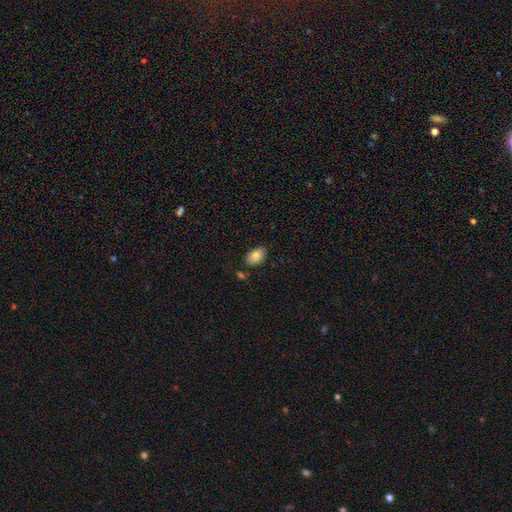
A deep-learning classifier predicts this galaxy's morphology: A smooth galaxy with no disk features (82%) that is in between round and cigar-shaped (89%). Merging: none (80%).